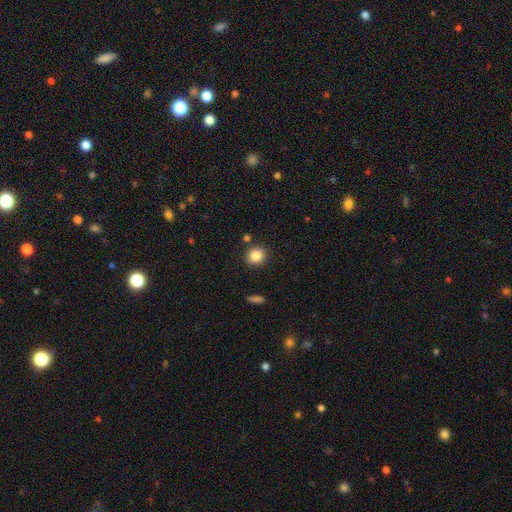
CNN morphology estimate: smooth_or_featured: smooth (p=0.85) [alt: star or artifact p=0.09]
how_rounded: round (p=0.78) [alt: in between p=0.21]
merging: none (p=0.85) [alt: minor disturbance p=0.08]